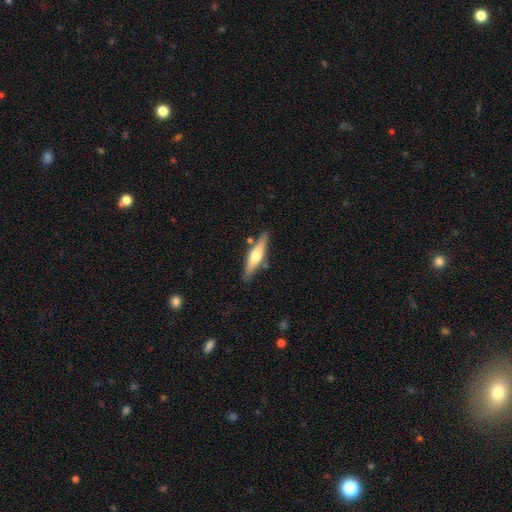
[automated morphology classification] Q: Smooth or featured?
A: featured or disk (50%); runner-up: smooth (44%)
Q: Edge-on disk?
A: yes (92%); runner-up: no (8%)
Q: Merging?
A: none (81%); runner-up: minor disturbance (12%)